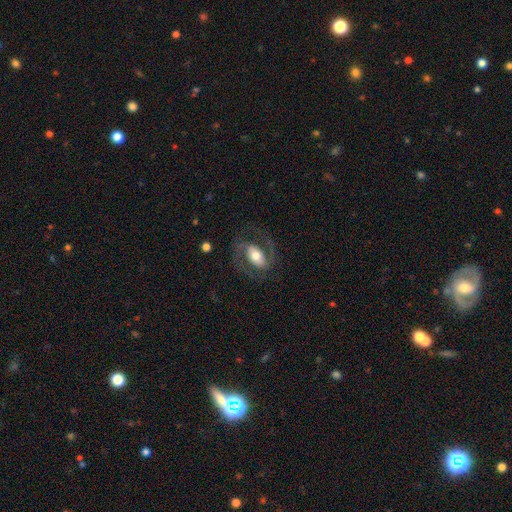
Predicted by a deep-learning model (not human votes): Smooth or featured? featured or disk (76%)
Edge-on disk? no (96%)
Bar? strong (40%)
Spiral arms? yes (89%)
Spiral winding? medium (56%)
Spiral arm count? 2 (89%)
Bulge size? moderate (61%)
Merging? none (71%)